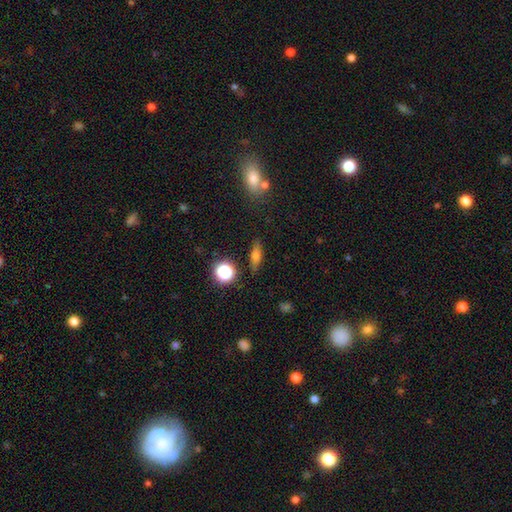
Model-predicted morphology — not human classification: This appears to be a smooth galaxy with no disk features (64%) that is in between round and cigar-shaped (44%). Merging: none (85%).